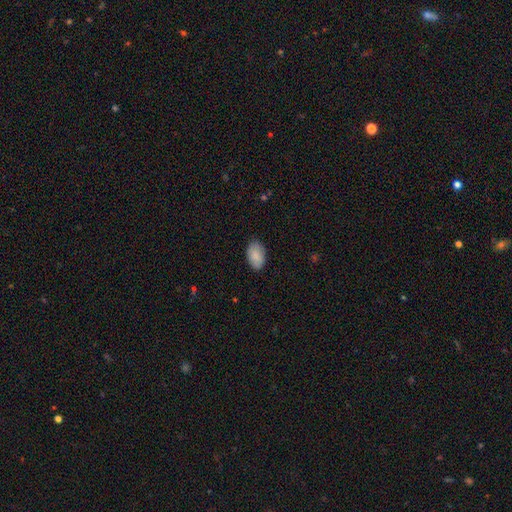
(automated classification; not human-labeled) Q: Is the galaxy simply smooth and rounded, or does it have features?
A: smooth — 88%.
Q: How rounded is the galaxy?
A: in between — 93%.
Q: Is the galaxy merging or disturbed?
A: none — 84%.